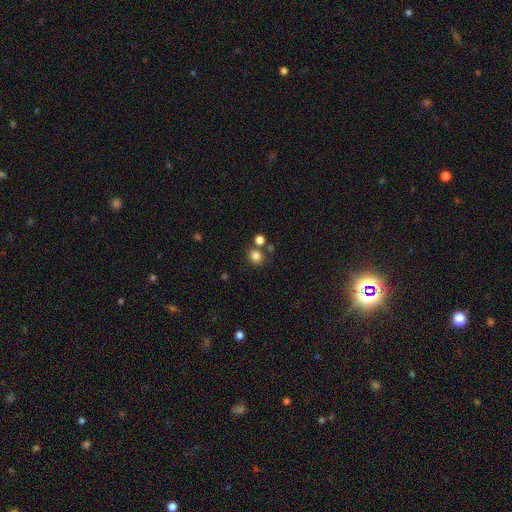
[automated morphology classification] Smooth or featured: smooth — 82% (star or artifact — 13%)
How rounded: round — 81% (in between — 18%)
Merging: none — 70% (merger — 17%)